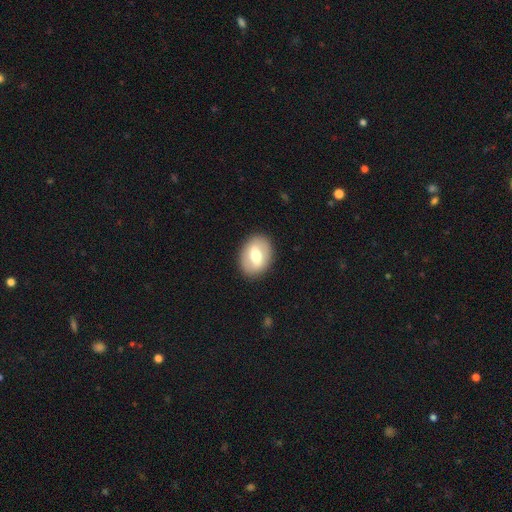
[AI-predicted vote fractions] Smooth or featured? smooth (53%)
How rounded? in between (67%)
Merging? none (88%)